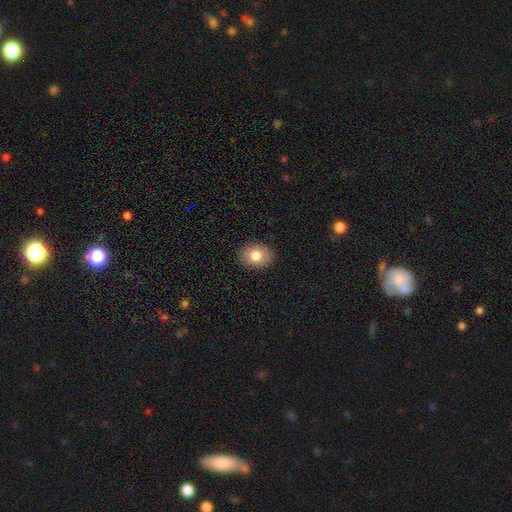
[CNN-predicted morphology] smooth 80%, featured or disk 11%, star or artifact 9%. Down the decision tree: how rounded — in between (62%); merging — none (89%).